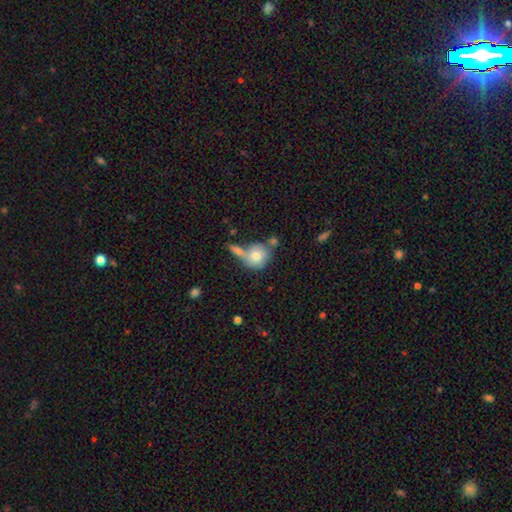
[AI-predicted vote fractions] smooth-or-featured: smooth: 75% | featured or disk: 17% | star or artifact: 8%
  how-rounded: round: 82% | in between: 16% | cigar-shaped: 2%
  merging: none: 48% | merger: 33% | minor disturbance: 14% | major disturbance: 6%